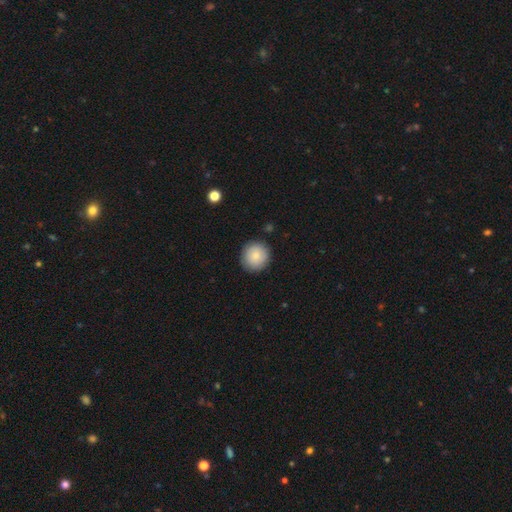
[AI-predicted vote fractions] smooth-or-featured: smooth: 82% | featured or disk: 10% | star or artifact: 8%
  how-rounded: round: 93% | in between: 6% | cigar-shaped: 1%
  merging: none: 89% | minor disturbance: 8% | major disturbance: 2% | merger: 1%